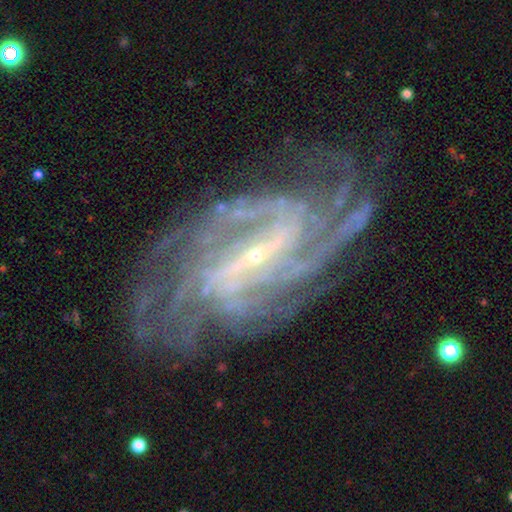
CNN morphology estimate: featured or disk 92%, star or artifact 5%, smooth 3%. Down the decision tree: edge-on disk — no (96%); bar — strong (58%); spiral arms — yes (98%); spiral arm count — 4 (26%); spiral winding — tight (55%); bulge size — small (85%); merging — none (75%).